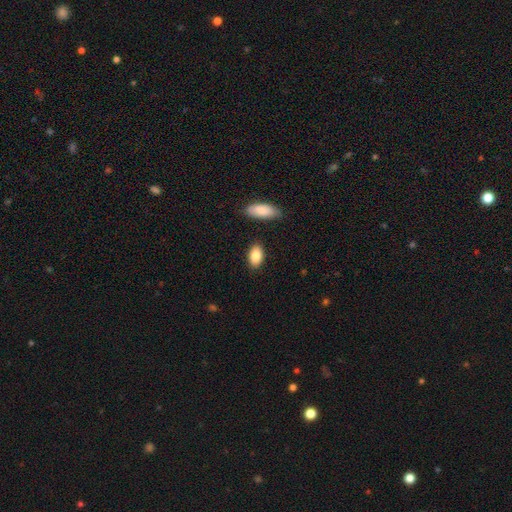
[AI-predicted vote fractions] smooth_or_featured: smooth (p=0.86) [alt: featured or disk p=0.08]
how_rounded: in between (p=0.92) [alt: round p=0.05]
merging: none (p=0.86) [alt: minor disturbance p=0.09]